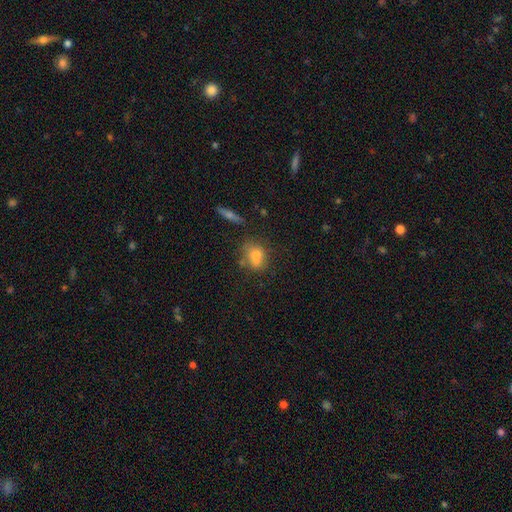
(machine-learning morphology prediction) A smooth galaxy with no disk features (74%) that is in between round and cigar-shaped (60%). Merging: none (59%).